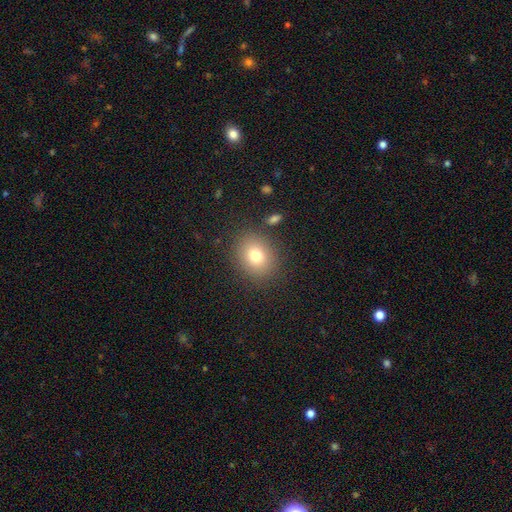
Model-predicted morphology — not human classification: Smooth or featured: smooth — 77% (star or artifact — 12%)
How rounded: round — 60% (in between — 39%)
Merging: none — 85% (minor disturbance — 9%)